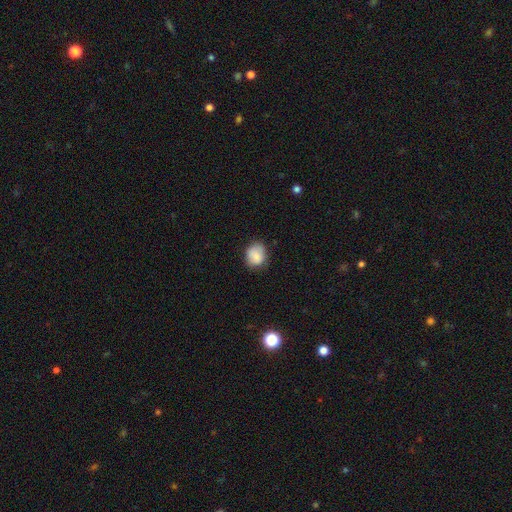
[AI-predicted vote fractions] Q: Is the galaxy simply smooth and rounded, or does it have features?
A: smooth — 78%.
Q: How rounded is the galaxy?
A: round — 64%.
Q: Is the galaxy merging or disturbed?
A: none — 71%.